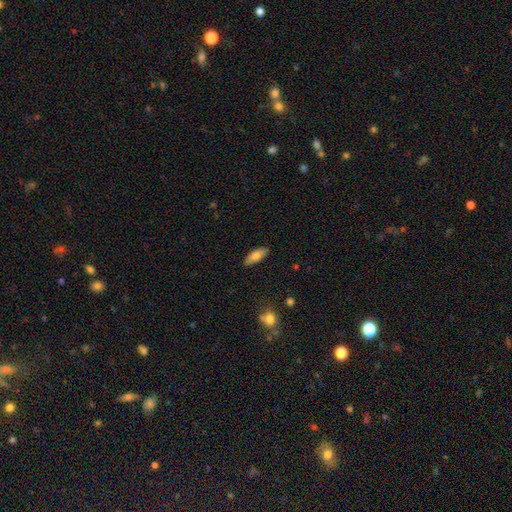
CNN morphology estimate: smooth_or_featured: smooth (p=0.76) [alt: featured or disk p=0.17]
how_rounded: in between (p=0.72) [alt: cigar-shaped p=0.26]
merging: none (p=0.87) [alt: minor disturbance p=0.10]